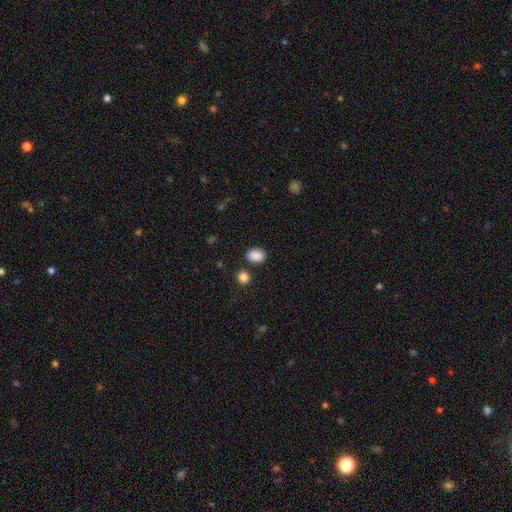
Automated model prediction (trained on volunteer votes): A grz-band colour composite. It shows a smooth galaxy with no disk features (88%) that is in between round and cigar-shaped (71%). Merging: none (82%).